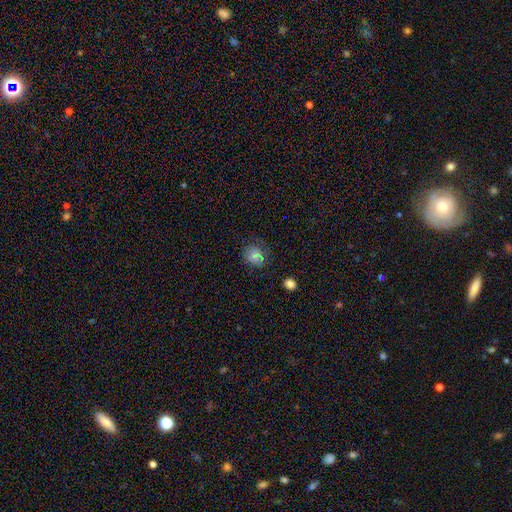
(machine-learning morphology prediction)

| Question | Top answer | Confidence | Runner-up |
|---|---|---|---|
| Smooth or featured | smooth | 69% | star or artifact (21%) |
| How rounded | round | 74% | in between (25%) |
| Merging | none | 79% | minor disturbance (14%) |